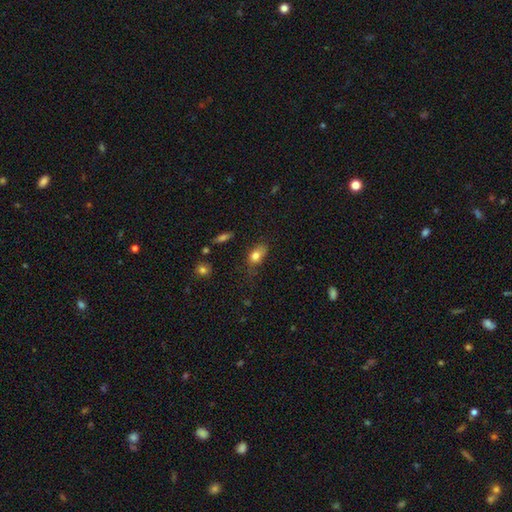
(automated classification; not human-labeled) A smooth galaxy with no disk features (79%) that is in between round and cigar-shaped (78%). Merging: none (47%).